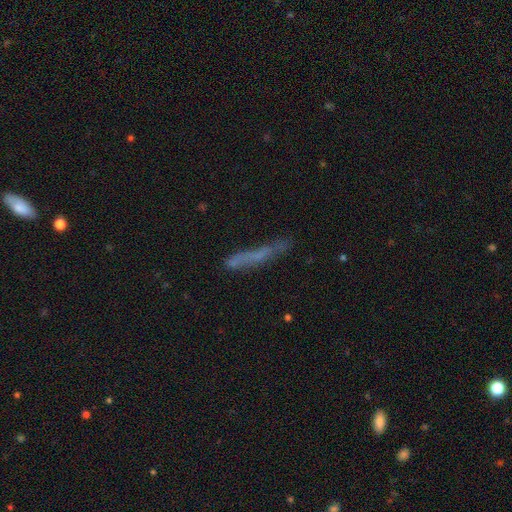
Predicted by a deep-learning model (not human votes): smooth 52%, featured or disk 35%, star or artifact 13%. Down the decision tree: how rounded — cigar-shaped (91%); merging — none (59%).